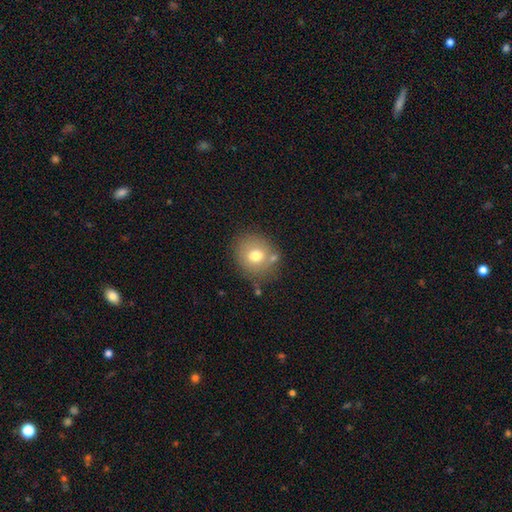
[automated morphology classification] A smooth galaxy with no disk features (72%) that is round (76%).

Vote fractions:
- Smooth or featured? smooth: 72% / featured or disk: 17% / star or artifact: 10%
- How rounded? round: 76% / in between: 23% / cigar-shaped: 1%
- Merging? none: 70% / minor disturbance: 16% / merger: 10% / major disturbance: 5%